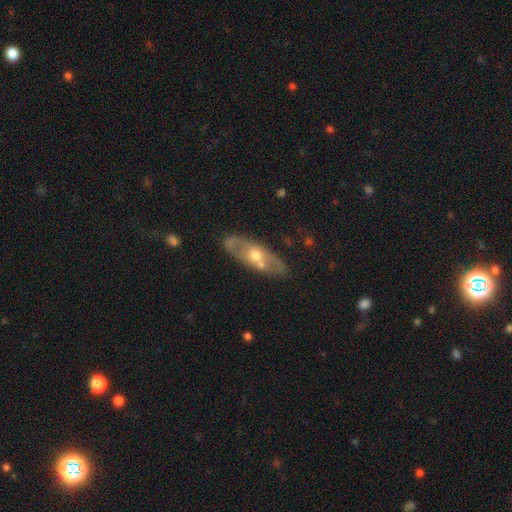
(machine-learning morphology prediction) The model was most divided on "smooth or featured": featured or disk: 61%, smooth: 33%, star or artifact: 6%. More confident: merging — none (74%); edge-on disk — no (72%).